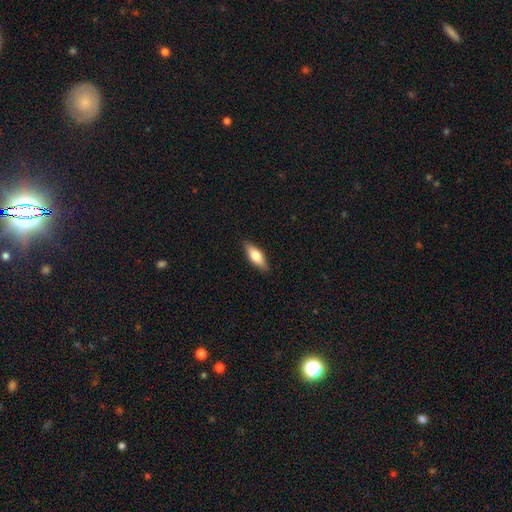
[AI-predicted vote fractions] Smooth or featured: smooth — 70% (featured or disk — 24%)
How rounded: in between — 69% (cigar-shaped — 28%)
Merging: none — 87% (minor disturbance — 10%)